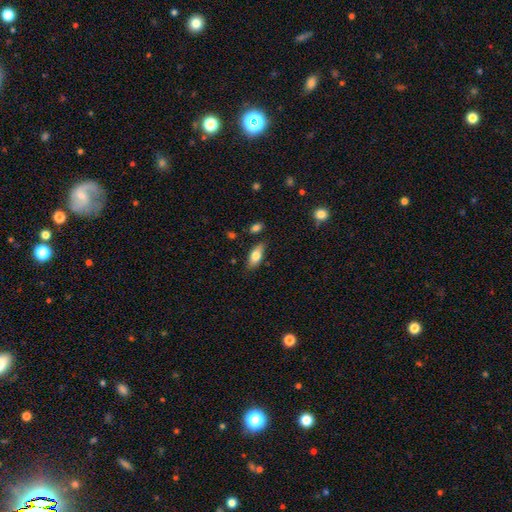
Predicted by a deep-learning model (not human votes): This is likely a smooth galaxy (78%). How rounded: clearly in between (84%). Merging: likely none (79%).